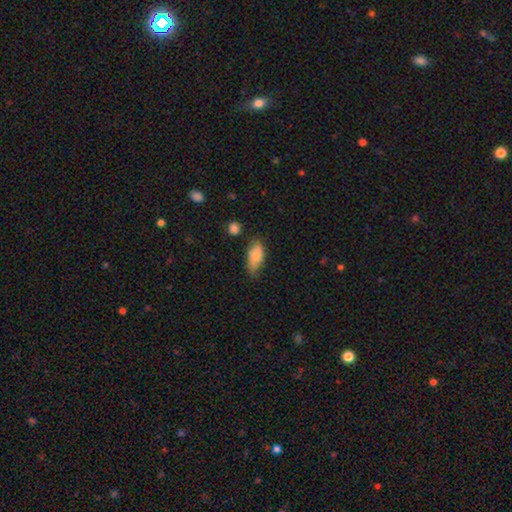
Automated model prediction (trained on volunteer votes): Morphology: type=smooth (79%); roundness=in between (89%); merging=none (56%).